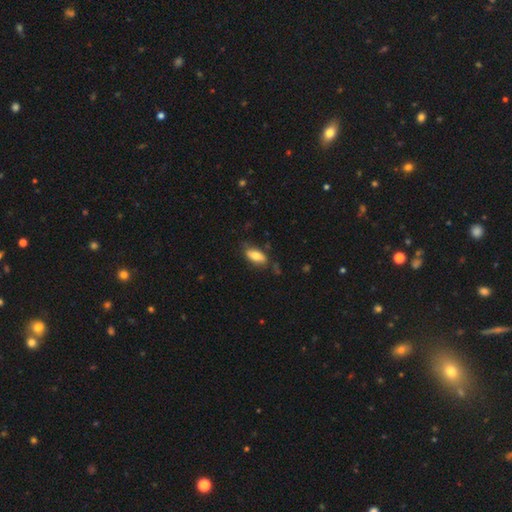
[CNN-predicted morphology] Overall: smooth (76%). How rounded: in between (88%). Merging: none (71%).